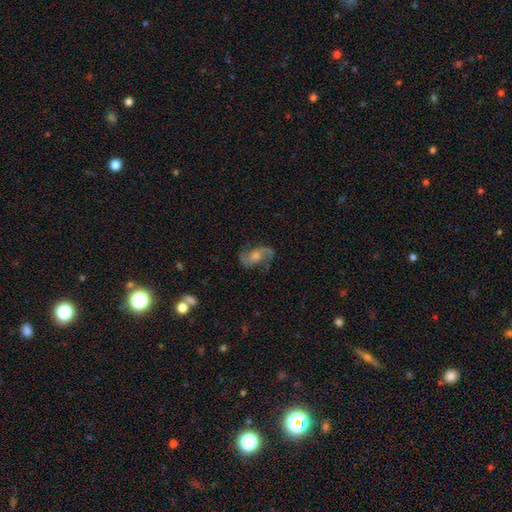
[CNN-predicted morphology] This appears to be a featured or disk galaxy (81%) with no bar (58%), 2 (90%) loose (44%) spiral arms (95%) and a moderate central bulge (54%). Merging: none (76%).